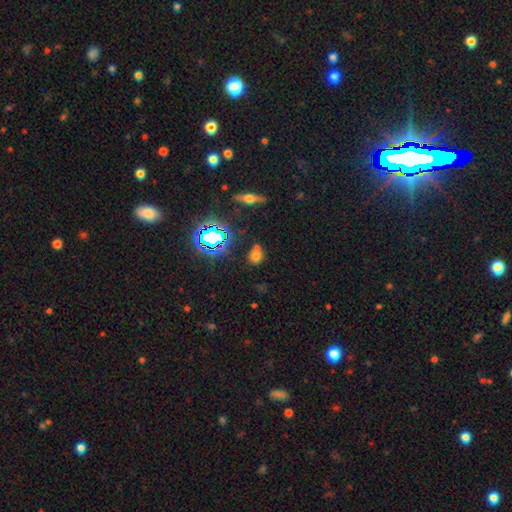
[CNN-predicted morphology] smooth-or-featured: smooth: 56% | star or artifact: 32% | featured or disk: 12%
  how-rounded: round: 64% | in between: 34% | cigar-shaped: 2%
  merging: none: 67% | merger: 17% | minor disturbance: 12% | major disturbance: 4%